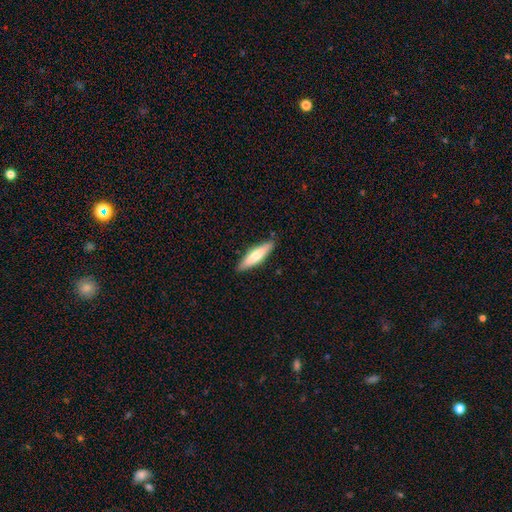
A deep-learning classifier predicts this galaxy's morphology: smooth_or_featured: smooth (p=0.63) [alt: featured or disk p=0.32]
how_rounded: cigar-shaped (p=0.72) [alt: in between p=0.26]
merging: none (p=0.88) [alt: minor disturbance p=0.09]